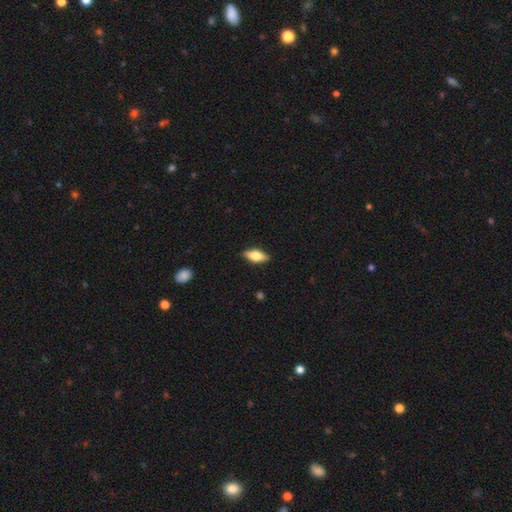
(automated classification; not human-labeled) Overall: smooth (57%; featured or disk 36%). How rounded: in between (77%). Merging: none (87%).